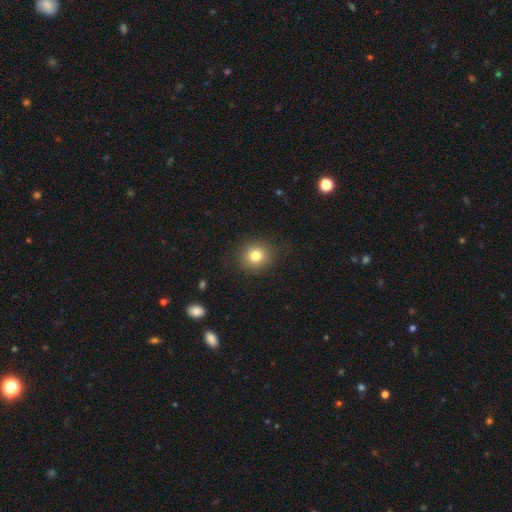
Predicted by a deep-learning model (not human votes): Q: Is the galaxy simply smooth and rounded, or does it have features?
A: smooth — 80%.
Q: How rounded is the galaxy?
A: round — 85%.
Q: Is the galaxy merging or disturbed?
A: none — 87%.